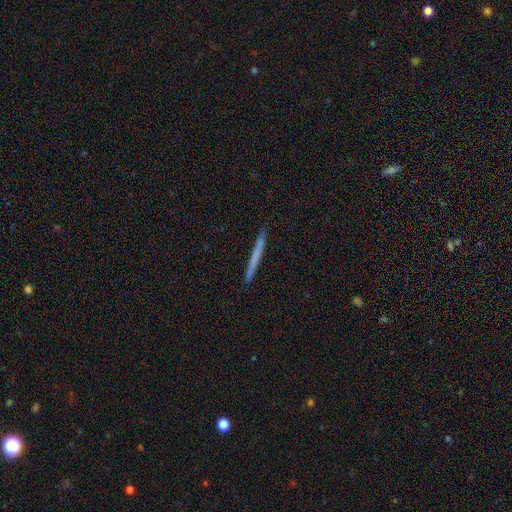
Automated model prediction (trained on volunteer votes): Smooth or featured? Predicted: smooth (p=0.57). How rounded? Predicted: cigar-shaped (p=0.97). Merging? Predicted: none (p=0.91).